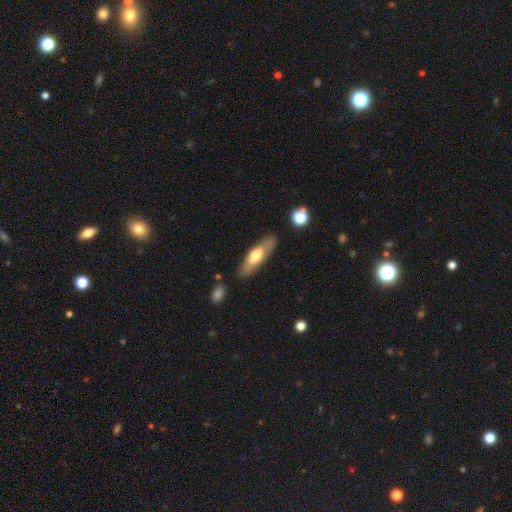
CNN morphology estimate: smooth_or_featured: smooth (p=0.56) [alt: featured or disk p=0.38]
how_rounded: cigar-shaped (p=0.56) [alt: in between p=0.42]
merging: none (p=0.83) [alt: minor disturbance p=0.11]